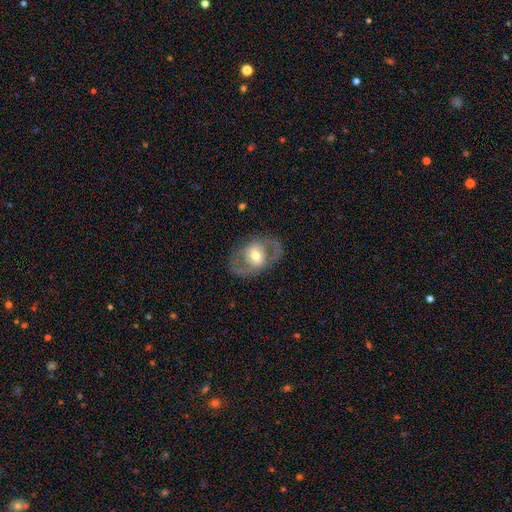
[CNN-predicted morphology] Smooth or featured: featured or disk — 71% (smooth — 23%)
Edge-on disk: no — 94% (yes — 6%)
Bar: no — 58% (weak — 30%)
Spiral arms: yes — 58% (no — 42%)
Bulge size: moderate — 69% (large — 16%)
Merging: none — 78% (minor disturbance — 12%)